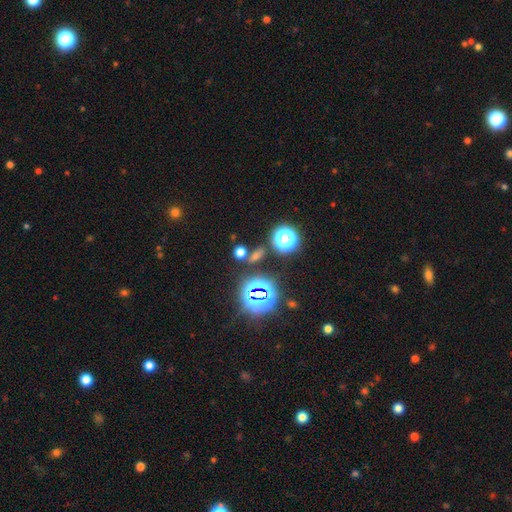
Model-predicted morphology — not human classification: This appears to be a star or artifact, not a galaxy (56%).